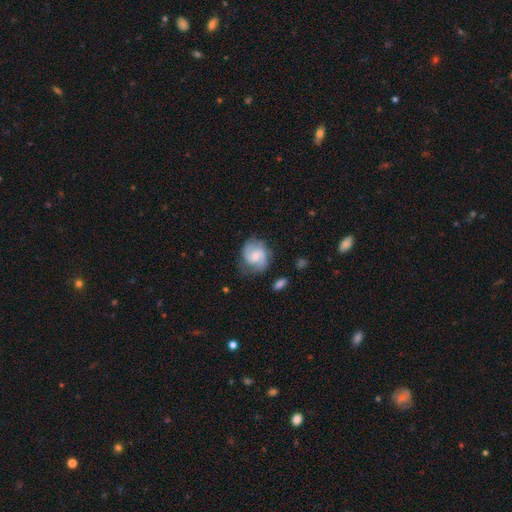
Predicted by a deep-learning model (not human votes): smooth_or_featured: featured or disk (p=0.76) [alt: smooth p=0.18]
disk_edge_on: no (p=0.98) [alt: yes p=0.02]
bar: no (p=0.49) [alt: weak p=0.42]
has_spiral_arms: yes (p=0.94) [alt: no p=0.06]
spiral_winding: medium (p=0.50) [alt: tight p=0.29]
spiral_arm_count: 2 (p=0.83) [alt: can't tell p=0.08]
bulge_size: small (p=0.54) [alt: moderate p=0.40]
merging: none (p=0.72) [alt: minor disturbance p=0.19]